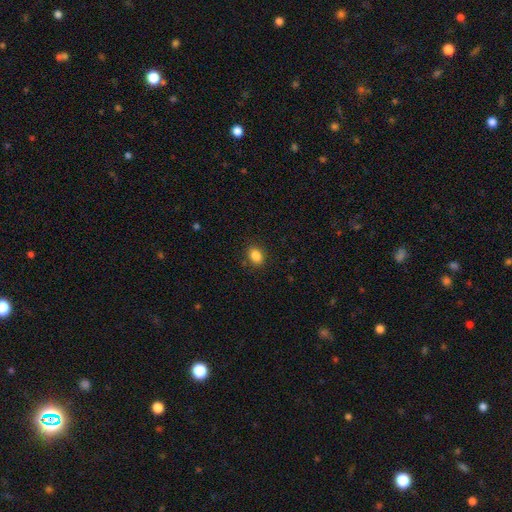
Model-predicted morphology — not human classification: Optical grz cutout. It shows a smooth galaxy with no disk features (86%) that is in between round and cigar-shaped (66%). Merging: none (87%).